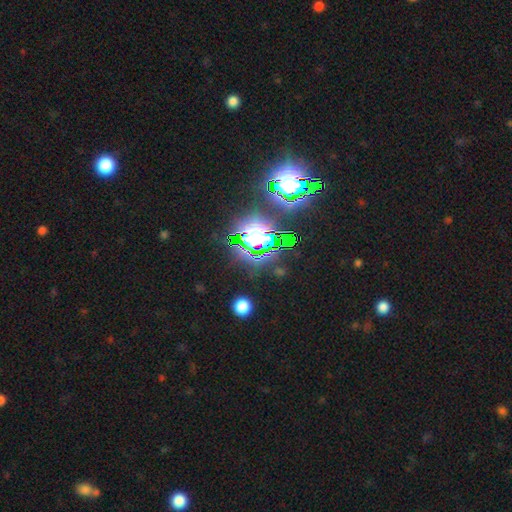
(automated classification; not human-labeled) Smooth or featured: star or artifact — 73% (smooth — 16%)